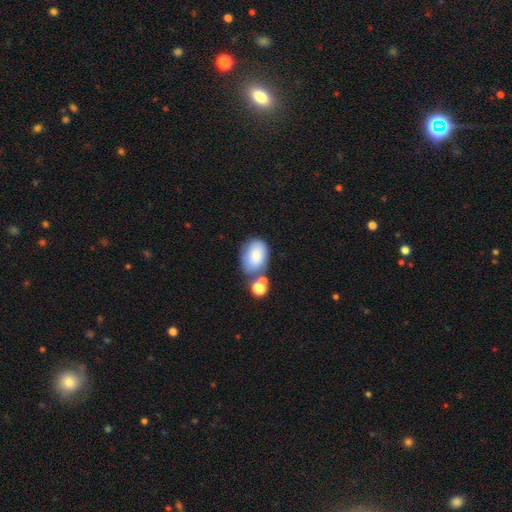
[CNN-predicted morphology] This appears to be a smooth galaxy with no disk features (77%) that is in between round and cigar-shaped (86%). Merging: none (51%).